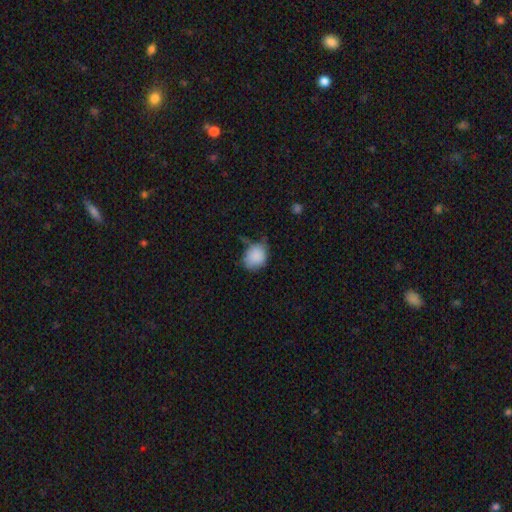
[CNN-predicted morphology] type=smooth (85%); roundness=round (55%); merging=none (45%).